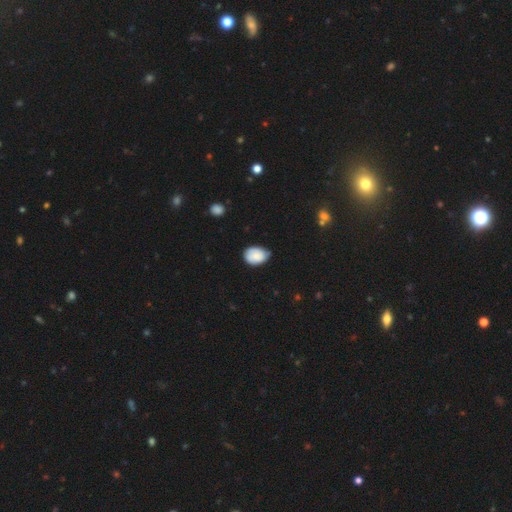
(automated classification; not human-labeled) Overall: smooth (76%). How rounded: in between (68%; round 31%). Merging: none (53%; minor disturbance 39%).